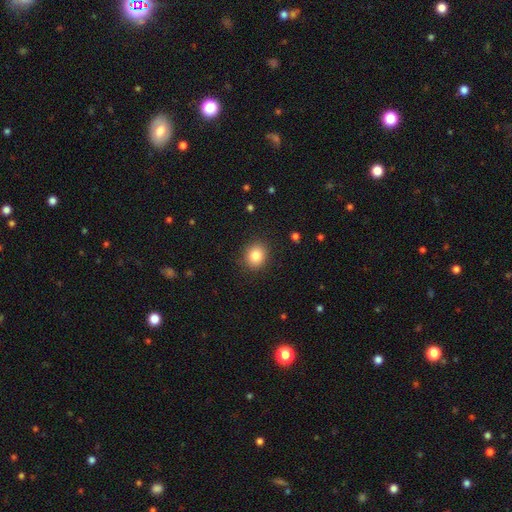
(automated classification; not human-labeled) smooth_or_featured: smooth (p=0.84) [alt: star or artifact p=0.10]
how_rounded: round (p=0.77) [alt: in between p=0.22]
merging: none (p=0.89) [alt: minor disturbance p=0.08]